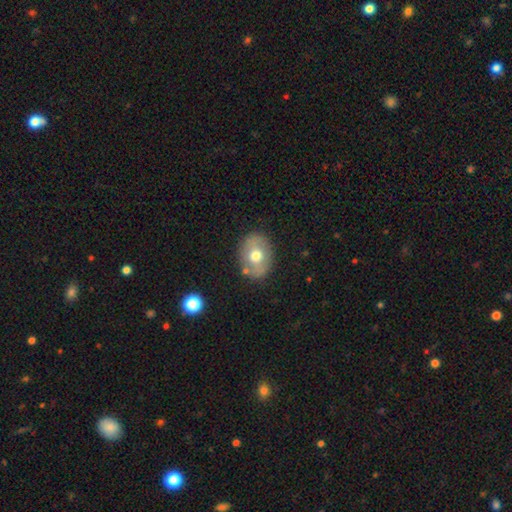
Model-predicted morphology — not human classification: Smooth or featured? smooth (58%)
How rounded? in between (60%)
Merging? none (81%)